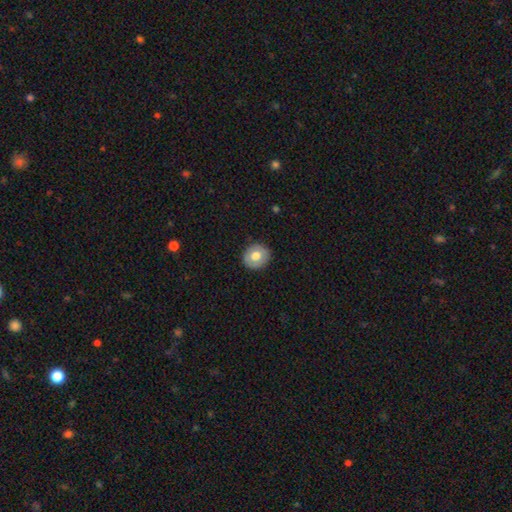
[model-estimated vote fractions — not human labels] A smooth galaxy with no disk features (70%) that is round (82%).

Vote fractions:
- Smooth or featured? smooth: 70% / featured or disk: 23% / star or artifact: 7%
- How rounded? round: 82% / in between: 17% / cigar-shaped: 1%
- Merging? none: 88% / minor disturbance: 8% / major disturbance: 2% / merger: 1%